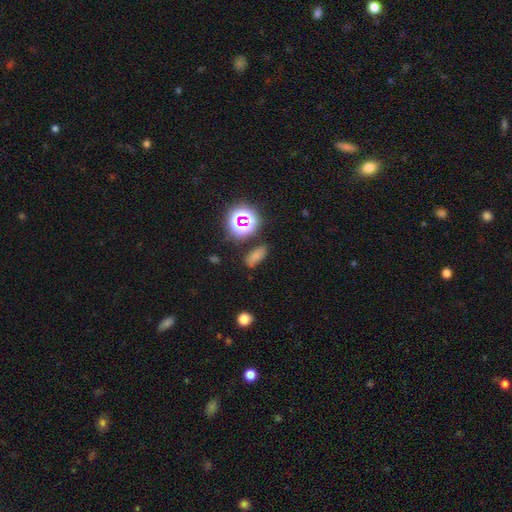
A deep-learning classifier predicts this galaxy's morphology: This appears to be a smooth galaxy with no disk features (66%) that is in between round and cigar-shaped (79%). Merging: none (76%).